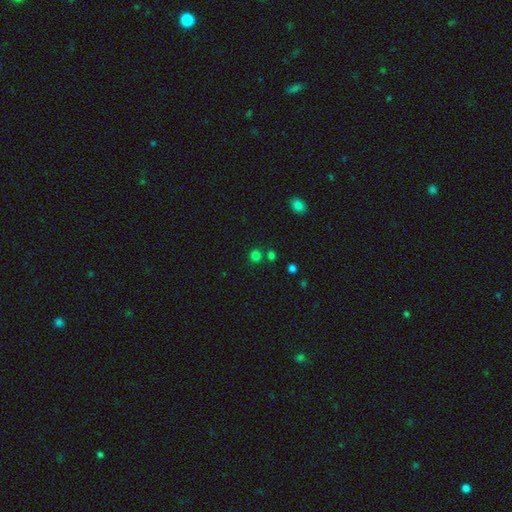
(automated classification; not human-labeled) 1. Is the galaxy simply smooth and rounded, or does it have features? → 74% smooth, 21% star or artifact, 5% featured or disk.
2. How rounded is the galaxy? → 86% round, 13% in between, 1% cigar-shaped.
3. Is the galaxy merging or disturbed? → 74% none, 15% merger, 8% minor disturbance, 3% major disturbance.